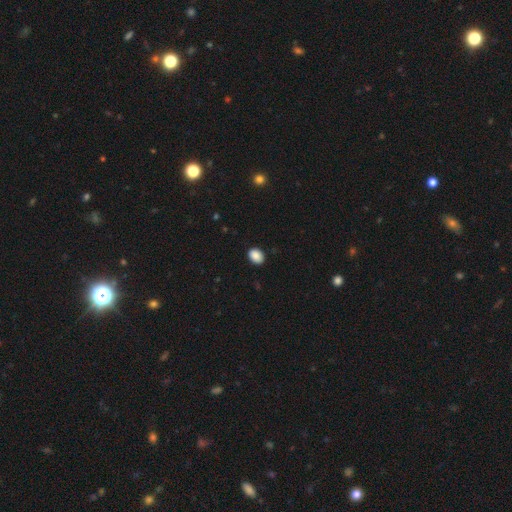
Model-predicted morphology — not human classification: A smooth galaxy with no disk features (88%) that is in between round and cigar-shaped (70%).

Vote fractions:
- Smooth or featured? smooth: 88% / star or artifact: 8% / featured or disk: 4%
- How rounded? in between: 70% / round: 29% / cigar-shaped: 1%
- Merging? none: 89% / minor disturbance: 9% / major disturbance: 2% / merger: 1%